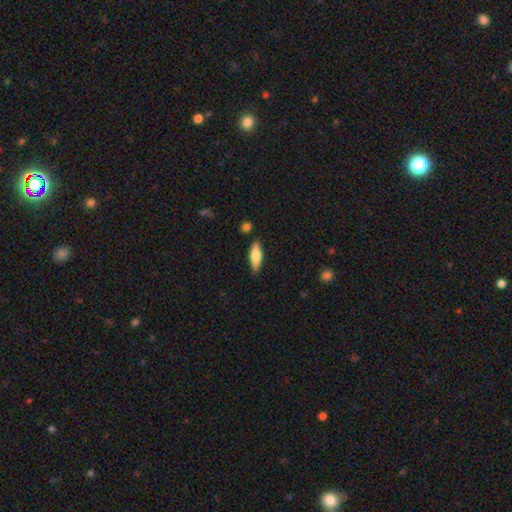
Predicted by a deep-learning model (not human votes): smooth 61%, featured or disk 33%, star or artifact 6%. Down the decision tree: how rounded — cigar-shaped (49%); merging — none (85%).